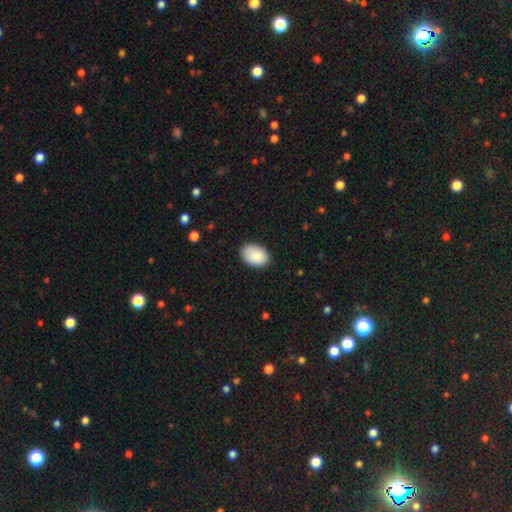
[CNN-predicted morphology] Smooth or featured? smooth (89%)
How rounded? in between (85%)
Merging? none (84%)